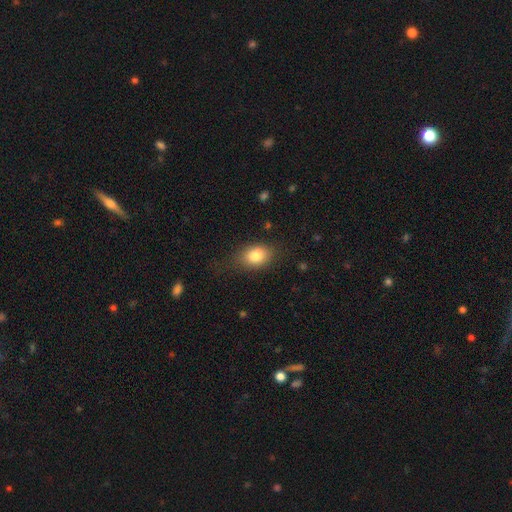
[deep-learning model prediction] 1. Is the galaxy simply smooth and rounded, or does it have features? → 82% smooth, 10% featured or disk, 9% star or artifact.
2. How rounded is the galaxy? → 75% in between, 24% round, 2% cigar-shaped.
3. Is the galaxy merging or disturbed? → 74% none, 18% minor disturbance, 6% major disturbance, 1% merger.